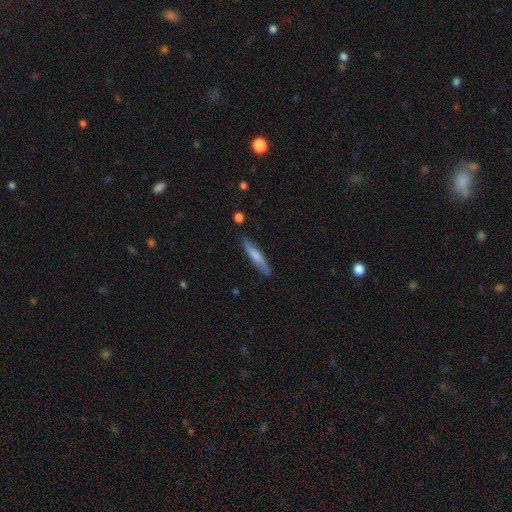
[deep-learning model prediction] A smooth galaxy with no disk features (64%) that is cigar-shaped (87%).

Vote fractions:
- Smooth or featured? smooth: 64% / featured or disk: 30% / star or artifact: 6%
- How rounded? cigar-shaped: 87% / in between: 11% / round: 2%
- Merging? none: 81% / minor disturbance: 15% / major disturbance: 2% / merger: 2%